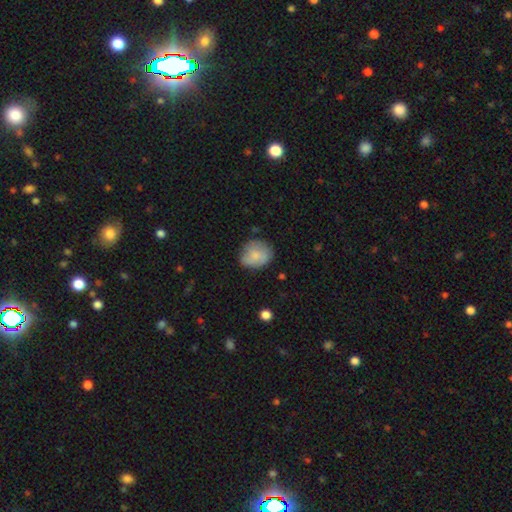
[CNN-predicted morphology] Smooth or featured? smooth (73%)
How rounded? round (68%)
Merging? none (69%)